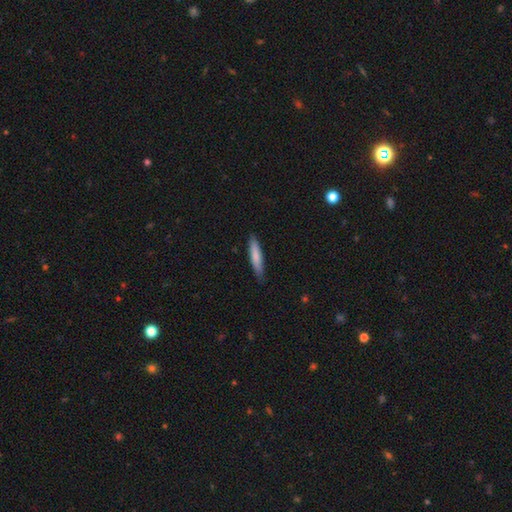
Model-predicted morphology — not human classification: Overall: smooth (80%). How rounded: cigar-shaped (86%). Merging: none (84%).